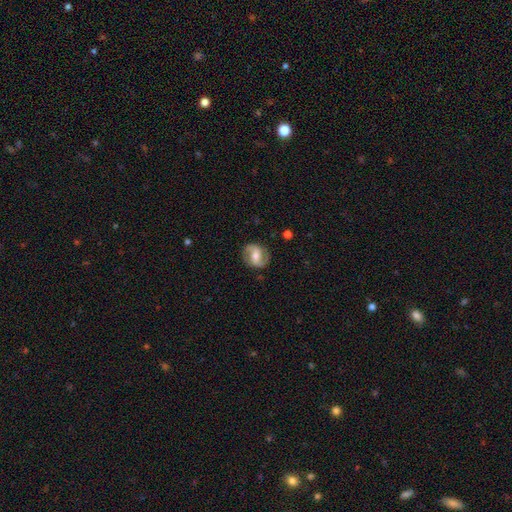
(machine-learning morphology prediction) smooth-or-featured: featured or disk: 74% | smooth: 20% | star or artifact: 6%
  disk-edge-on: no: 97% | yes: 3%
    bar: weak: 42% | no: 31% | strong: 27%
    has-spiral-arms: yes: 90% | no: 10%
      spiral-winding: medium: 46% | loose: 31% | tight: 22%
      spiral-arm-count: 2: 91% | can't tell: 4% | 1: 2% | 3: 1% | 4: 1% | more than 4: 1%
    bulge-size: moderate: 65% | small: 25% | large: 7% | none: 2% | dominant: 1%
  merging: none: 83% | minor disturbance: 12% | major disturbance: 4% | merger: 1%